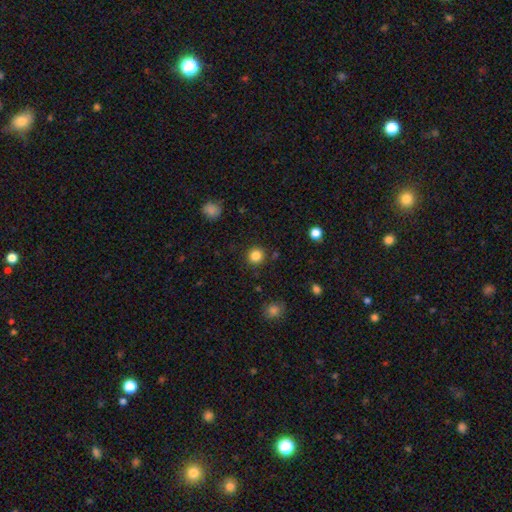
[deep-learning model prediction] Smooth or featured?
  - smooth: 84% *
  - star or artifact: 11%
  - featured or disk: 4%
How rounded?
  - round: 93% *
  - in between: 6%
  - cigar-shaped: 1%
Merging?
  - none: 89% *
  - minor disturbance: 6%
  - major disturbance: 2%
  - merger: 2%